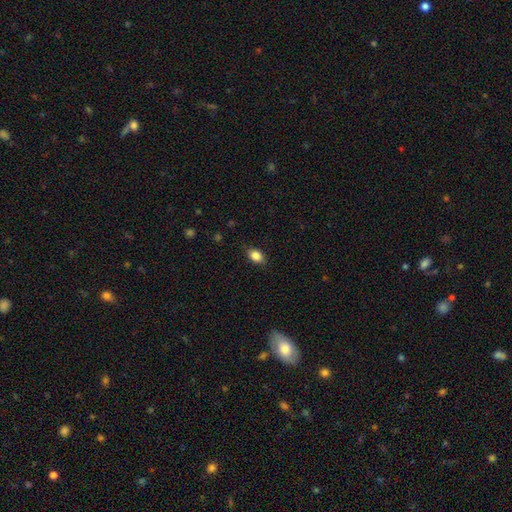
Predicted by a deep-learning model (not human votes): This is clearly a smooth galaxy (85%). How rounded: likely in between (80%). Merging: clearly none (84%).